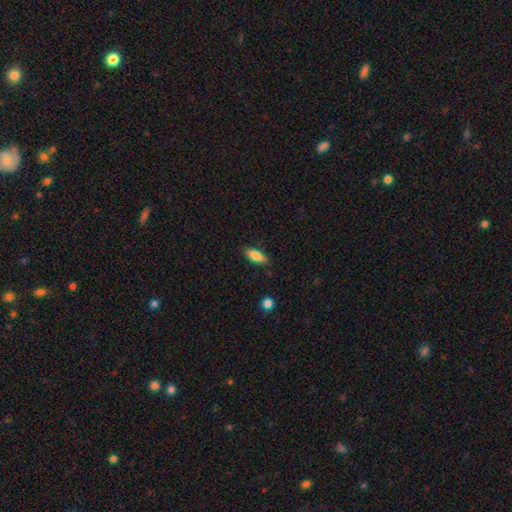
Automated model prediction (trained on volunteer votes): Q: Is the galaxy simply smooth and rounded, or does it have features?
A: smooth — 82%.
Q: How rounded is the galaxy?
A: in between — 75%.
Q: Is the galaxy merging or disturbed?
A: none — 85%.